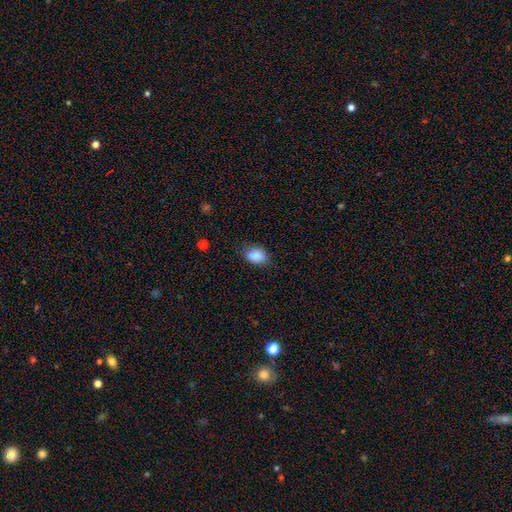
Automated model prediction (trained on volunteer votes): smooth-or-featured: smooth: 86% | star or artifact: 8% | featured or disk: 6%
  how-rounded: in between: 76% | round: 22% | cigar-shaped: 1%
  merging: none: 73% | minor disturbance: 21% | major disturbance: 4% | merger: 2%